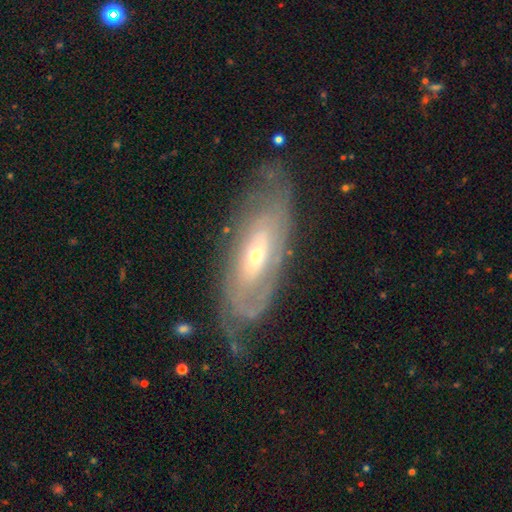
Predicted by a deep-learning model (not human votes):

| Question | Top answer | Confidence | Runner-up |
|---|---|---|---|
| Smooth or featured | featured or disk | 75% | smooth (19%) |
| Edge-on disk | no | 85% | yes (15%) |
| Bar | no | 64% | weak (25%) |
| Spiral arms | yes | 73% | no (27%) |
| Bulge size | small | 62% | moderate (33%) |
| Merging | none | 63% | minor disturbance (21%) |